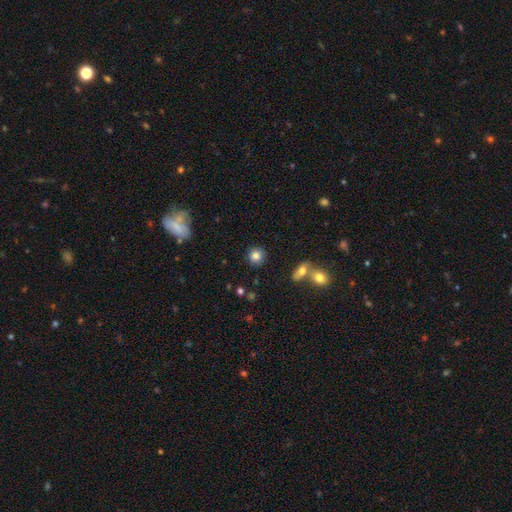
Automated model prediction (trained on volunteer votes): A smooth galaxy with no disk features (83%) that is round (90%). Merging: none (88%).